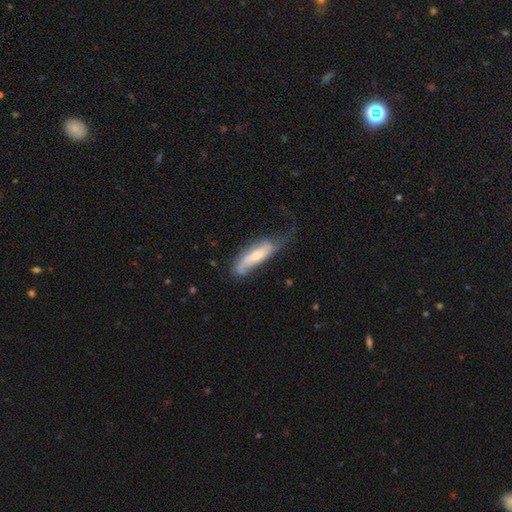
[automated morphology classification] featured or disk 51%, smooth 43%, star or artifact 6%. Down the decision tree: edge-on disk — no (71%); merging — none (37%).